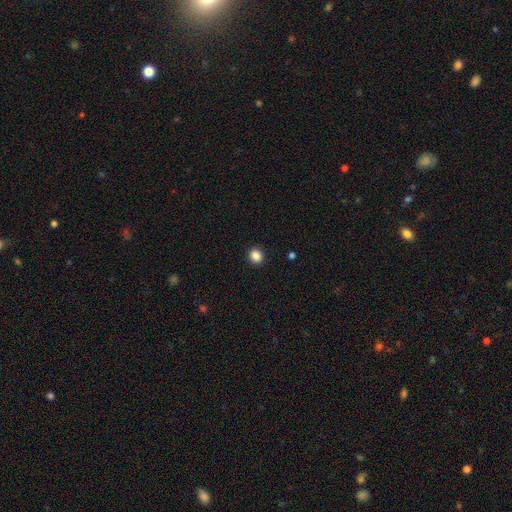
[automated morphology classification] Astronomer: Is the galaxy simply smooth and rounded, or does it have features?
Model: smooth — 87%.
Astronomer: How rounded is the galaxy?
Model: round — 81%.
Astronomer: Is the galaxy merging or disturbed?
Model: none — 92%.